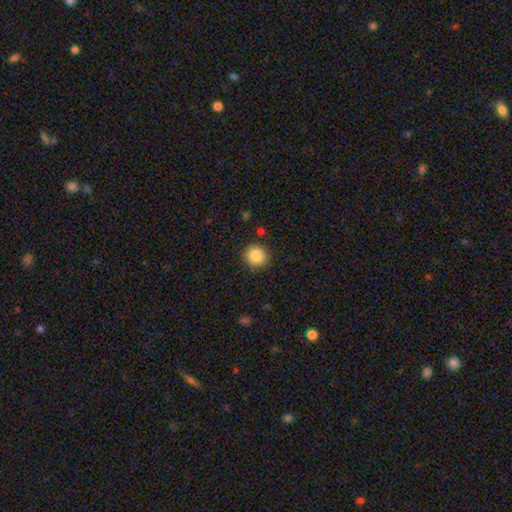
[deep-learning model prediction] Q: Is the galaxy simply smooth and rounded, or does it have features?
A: smooth — 87%.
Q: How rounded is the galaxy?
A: round — 93%.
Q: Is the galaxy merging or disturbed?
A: none — 89%.